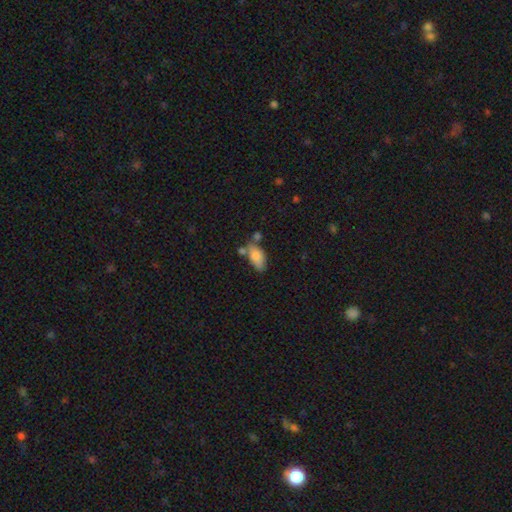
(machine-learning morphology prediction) Smooth or featured?
  - smooth: 80% *
  - featured or disk: 13%
  - star or artifact: 8%
How rounded?
  - in between: 91% *
  - cigar-shaped: 6%
  - round: 4%
Merging?
  - none: 48% *
  - merger: 22%
  - minor disturbance: 22%
  - major disturbance: 8%